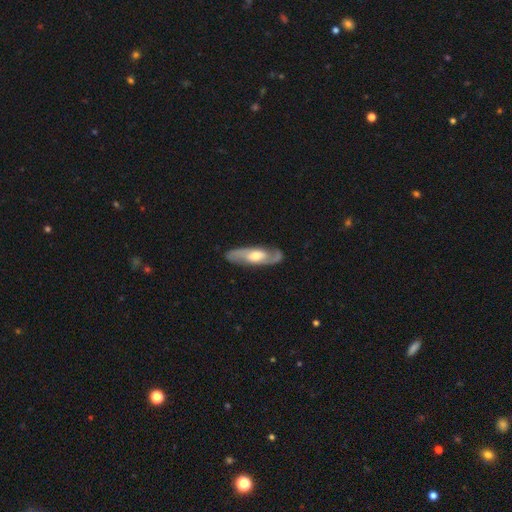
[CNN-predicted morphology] Smooth or featured? Predicted: featured or disk (p=0.78). Edge-on disk? Predicted: no (p=0.84). Bar? Predicted: no (p=0.53). Spiral arms? Predicted: yes (p=0.90). Spiral winding? Predicted: medium (p=0.48). Spiral arm count? Predicted: 2 (p=0.87). Bulge size? Predicted: moderate (p=0.67). Merging? Predicted: none (p=0.84).